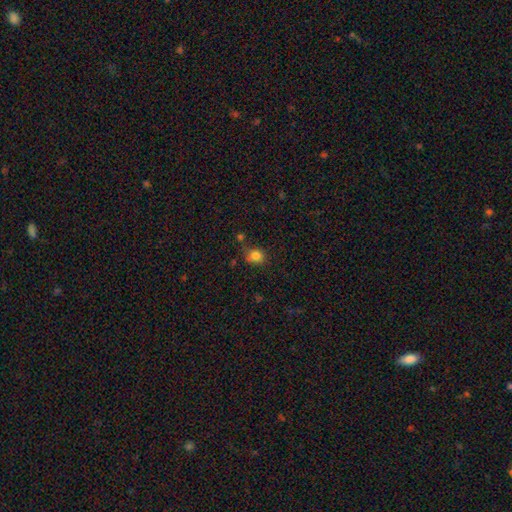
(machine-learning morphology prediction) smooth 82%, star or artifact 13%, featured or disk 6%. Down the decision tree: how rounded — round (72%); merging — none (70%).